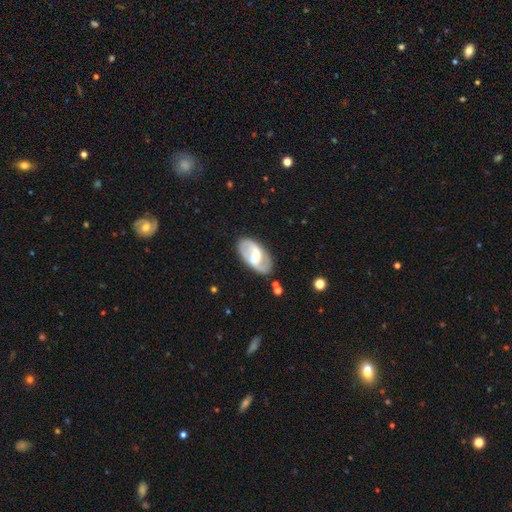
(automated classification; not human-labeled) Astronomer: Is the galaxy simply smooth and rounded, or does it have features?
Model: featured or disk — 72%.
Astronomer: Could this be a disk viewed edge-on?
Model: no — 94%.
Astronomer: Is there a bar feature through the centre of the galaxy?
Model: weak — 45% (runner-up: strong, 32%).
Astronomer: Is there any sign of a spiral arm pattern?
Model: yes — 76%.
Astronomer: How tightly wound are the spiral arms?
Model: medium — 41% (runner-up: loose, 38%).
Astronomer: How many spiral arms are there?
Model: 2 — 82%.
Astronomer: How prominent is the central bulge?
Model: moderate — 58% (runner-up: small, 33%).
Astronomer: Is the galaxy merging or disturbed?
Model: none — 77%.